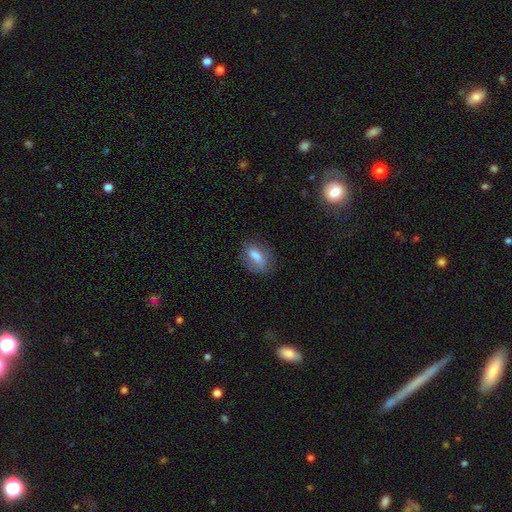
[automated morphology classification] The model was most divided on "smooth or featured": smooth: 68%, featured or disk: 22%, star or artifact: 11%. More confident: how rounded — in between (79%); merging — none (73%).